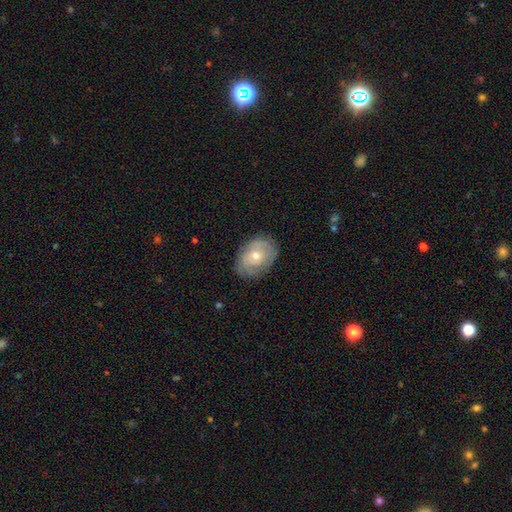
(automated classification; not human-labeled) Morphology: type=featured or disk (54%); edge-on=no (94%); bar=no (81%); spiral arms=yes (64%); bulge=moderate (52%); merging=none (77%).